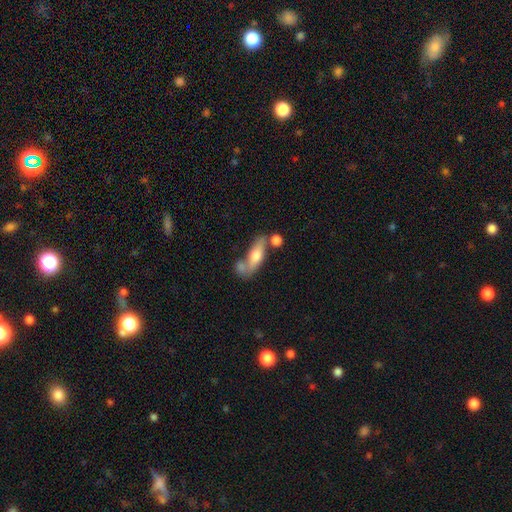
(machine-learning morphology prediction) smooth-or-featured: smooth: 51% | featured or disk: 41% | star or artifact: 7%
  how-rounded: in between: 49% | cigar-shaped: 46% | round: 4%
  merging: none: 47% | merger: 29% | minor disturbance: 16% | major disturbance: 8%